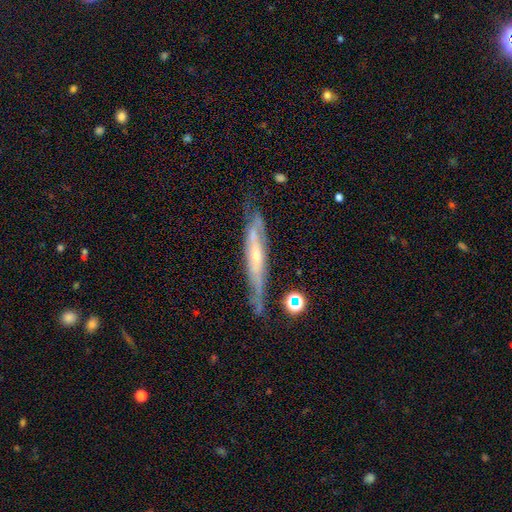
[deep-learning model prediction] Morphology: type=featured or disk (75%); edge-on=yes (60%); merging=none (61%).